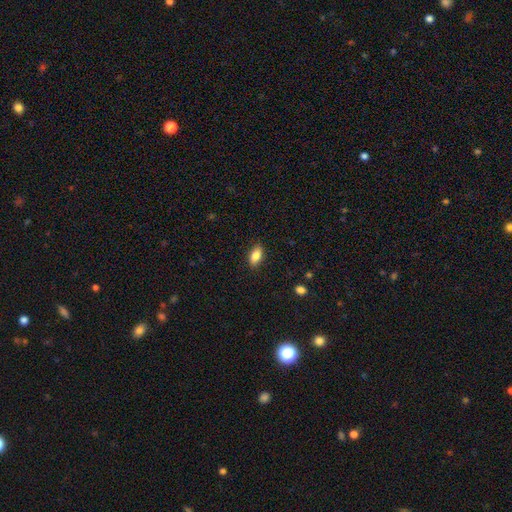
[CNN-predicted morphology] Q: Smooth or featured?
A: smooth (85%); runner-up: featured or disk (8%)
Q: How rounded?
A: in between (89%); runner-up: cigar-shaped (6%)
Q: Merging?
A: none (87%); runner-up: minor disturbance (10%)